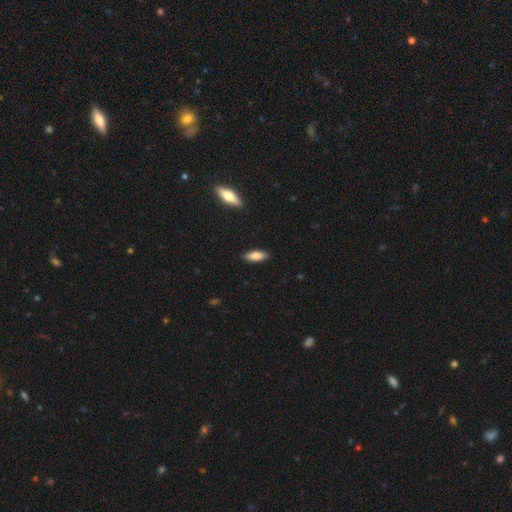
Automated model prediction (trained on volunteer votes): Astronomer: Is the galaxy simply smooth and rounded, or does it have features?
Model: smooth — 82%.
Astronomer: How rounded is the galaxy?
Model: in between — 73%.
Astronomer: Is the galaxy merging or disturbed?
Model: none — 89%.